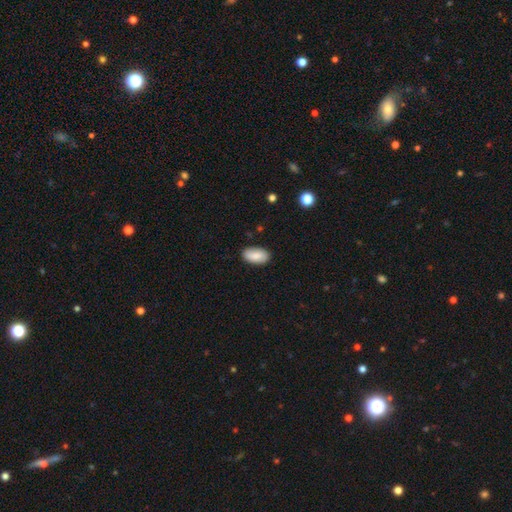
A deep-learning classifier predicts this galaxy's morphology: Q: Smooth or featured?
A: smooth (86%); runner-up: featured or disk (8%)
Q: How rounded?
A: in between (95%); runner-up: round (3%)
Q: Merging?
A: none (87%); runner-up: minor disturbance (10%)